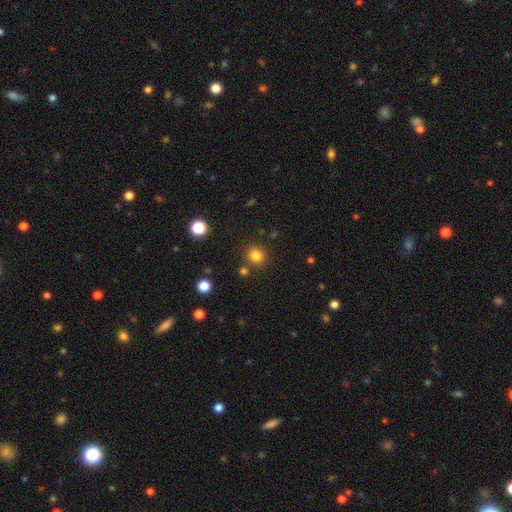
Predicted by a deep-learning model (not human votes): Smooth or featured?
  - smooth: 82% *
  - star or artifact: 14%
  - featured or disk: 5%
How rounded?
  - round: 86% *
  - in between: 13%
  - cigar-shaped: 1%
Merging?
  - none: 84% *
  - minor disturbance: 8%
  - merger: 6%
  - major disturbance: 3%